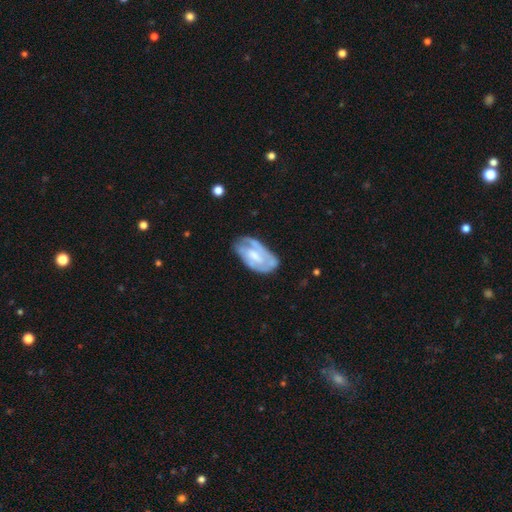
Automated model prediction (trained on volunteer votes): Q: Smooth or featured?
A: featured or disk (64%); runner-up: smooth (30%)
Q: Edge-on disk?
A: no (95%); runner-up: yes (5%)
Q: Bar?
A: no (43%); runner-up: weak (42%)
Q: Spiral arms?
A: yes (72%); runner-up: no (28%)
Q: Bulge size?
A: moderate (38%); runner-up: small (31%)
Q: Merging?
A: none (54%); runner-up: minor disturbance (29%)